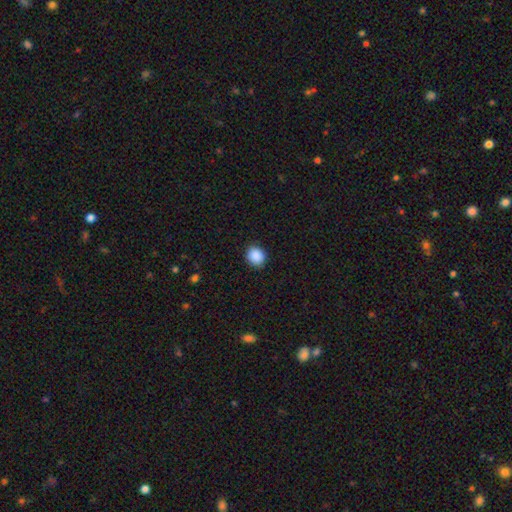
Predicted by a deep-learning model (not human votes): Morphology: type=smooth (89%); roundness=round (76%); merging=none (90%).